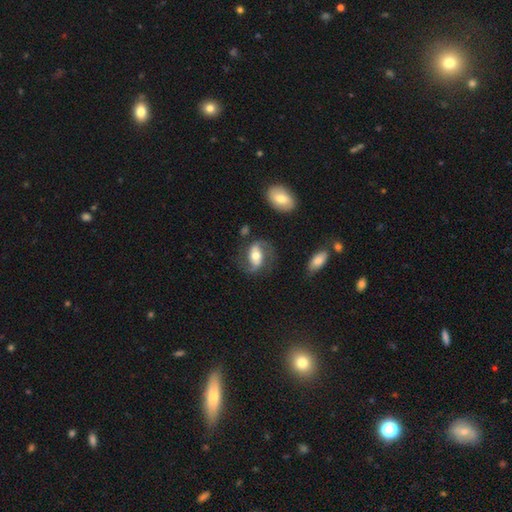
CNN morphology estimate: smooth-or-featured: featured or disk: 68% | smooth: 26% | star or artifact: 7%
  disk-edge-on: no: 95% | yes: 5%
    bar: no: 35% | strong: 33% | weak: 32%
    has-spiral-arms: yes: 86% | no: 14%
      spiral-winding: medium: 46% | loose: 36% | tight: 18%
      spiral-arm-count: 2: 89% | can't tell: 5% | 1: 3% | 3: 1% | 4: 1% | more than 4: 1%
    bulge-size: moderate: 66% | large: 17% | small: 13% | dominant: 2% | none: 1%
  merging: none: 68% | minor disturbance: 17% | major disturbance: 12% | merger: 3%